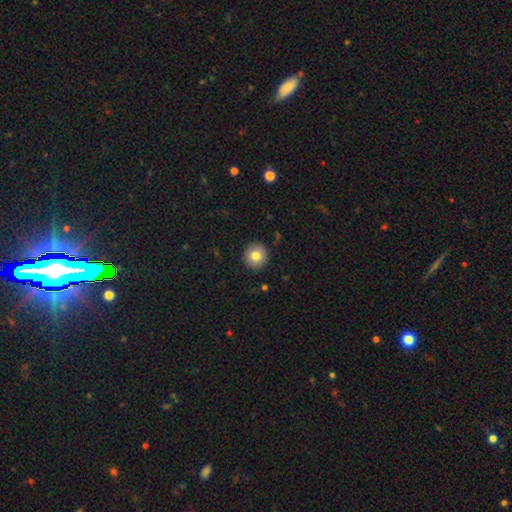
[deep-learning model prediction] A smooth galaxy with no disk features (80%) that is round (91%).

Vote fractions:
- Smooth or featured? smooth: 80% / featured or disk: 11% / star or artifact: 9%
- How rounded? round: 91% / in between: 8% / cigar-shaped: 1%
- Merging? none: 91% / minor disturbance: 6% / major disturbance: 2% / merger: 1%